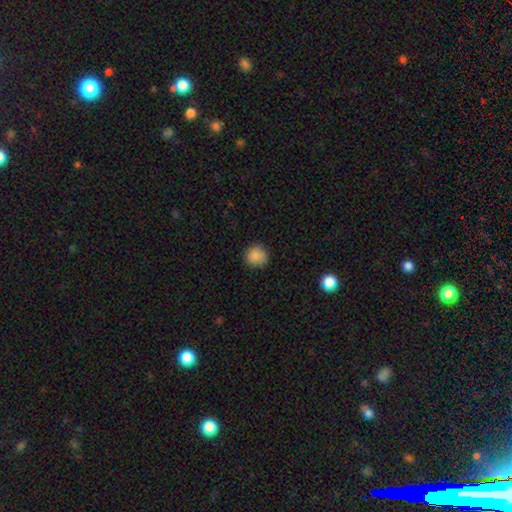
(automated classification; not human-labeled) This is clearly a smooth galaxy (87%). How rounded: clearly round (91%). Merging: clearly none (87%).